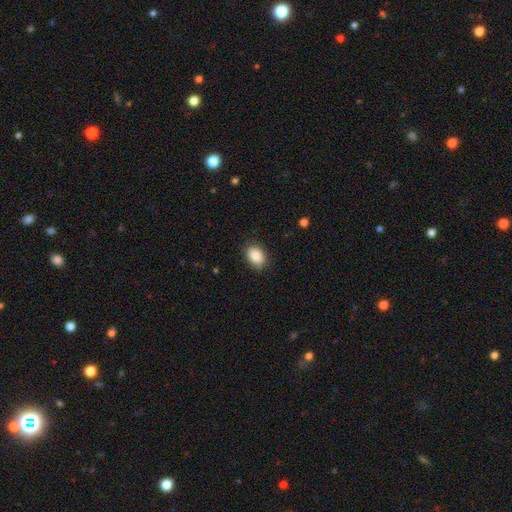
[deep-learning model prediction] Smooth or featured? Predicted: smooth (p=0.87). How rounded? Predicted: in between (p=0.78). Merging? Predicted: none (p=0.85).